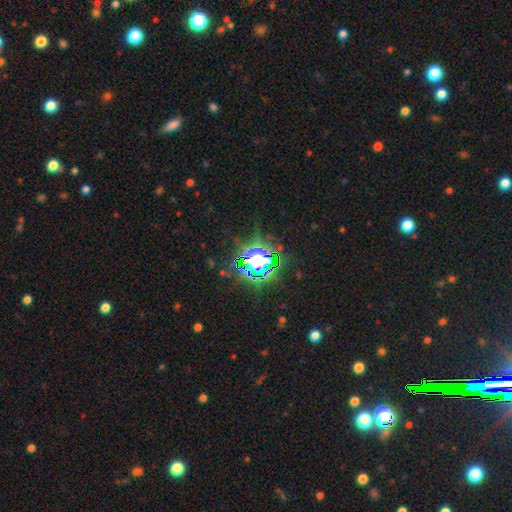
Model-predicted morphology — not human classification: smooth-or-featured: star or artifact: 70% | smooth: 18% | featured or disk: 12%